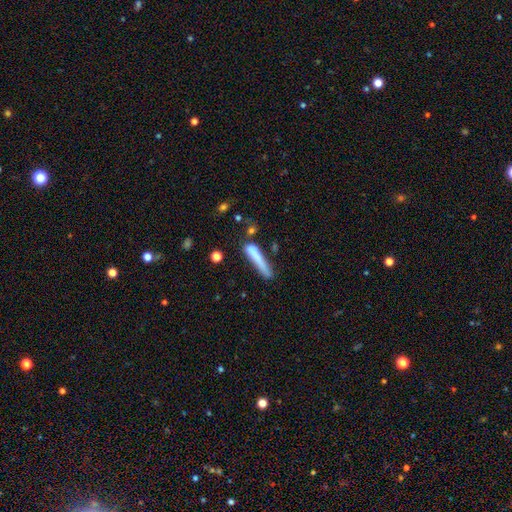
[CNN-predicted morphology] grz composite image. It shows a smooth galaxy with no disk features (75%) that is cigar-shaped (91%). Merging: none (55%).